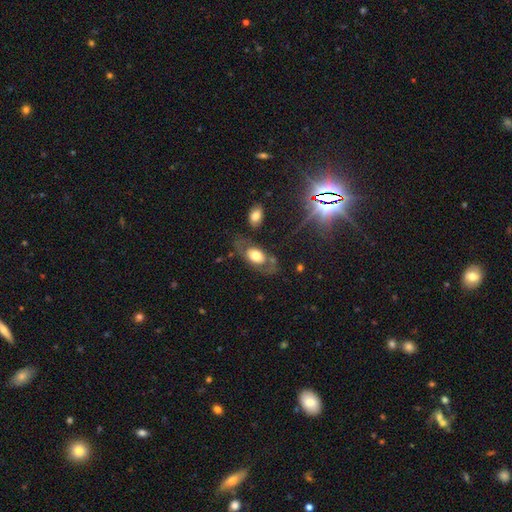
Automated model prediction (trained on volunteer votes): smooth-or-featured: smooth: 54% | featured or disk: 37% | star or artifact: 9%
  how-rounded: in between: 87% | round: 11% | cigar-shaped: 3%
  merging: none: 63% | minor disturbance: 19% | major disturbance: 13% | merger: 5%